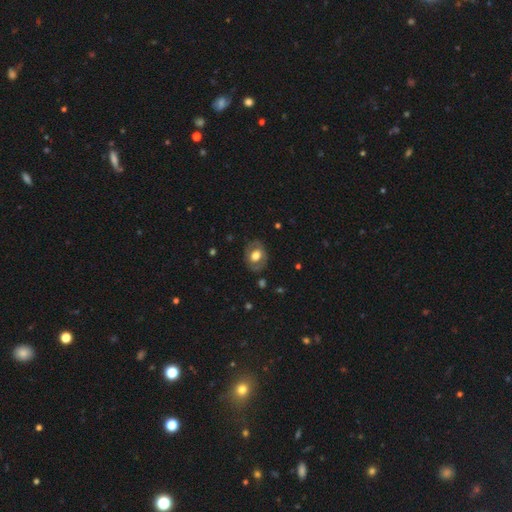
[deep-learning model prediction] Smooth or featured?
  - smooth: 52% *
  - featured or disk: 41%
  - star or artifact: 7%
How rounded?
  - in between: 54% *
  - round: 45%
  - cigar-shaped: 1%
Merging?
  - none: 79% *
  - minor disturbance: 15%
  - major disturbance: 6%
  - merger: 1%